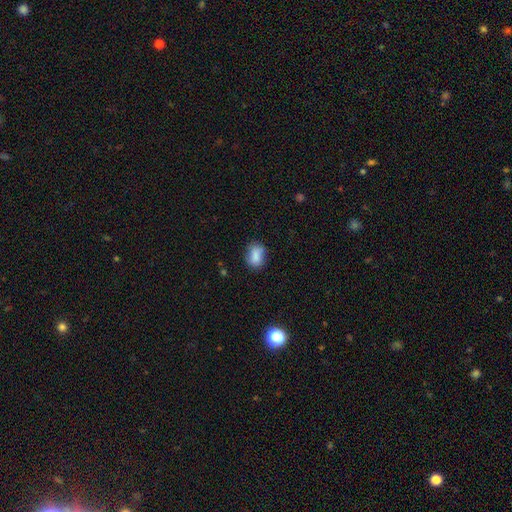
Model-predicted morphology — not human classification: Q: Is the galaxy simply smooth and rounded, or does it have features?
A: smooth — 82%.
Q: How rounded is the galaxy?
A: in between — 75%.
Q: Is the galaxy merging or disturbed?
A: none — 64%.